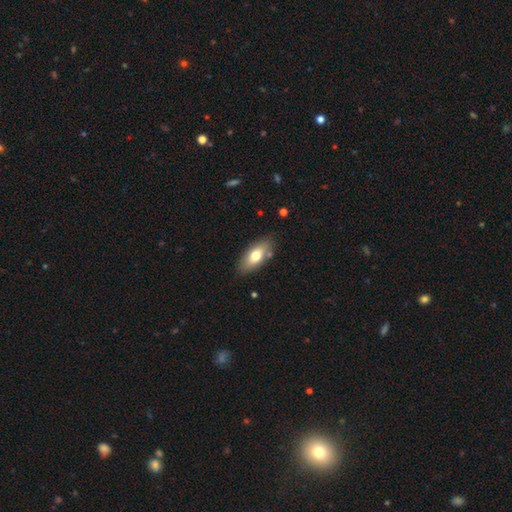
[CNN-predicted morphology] Smooth or featured: smooth — 69% (featured or disk — 24%)
How rounded: in between — 85% (cigar-shaped — 12%)
Merging: none — 80% (minor disturbance — 13%)